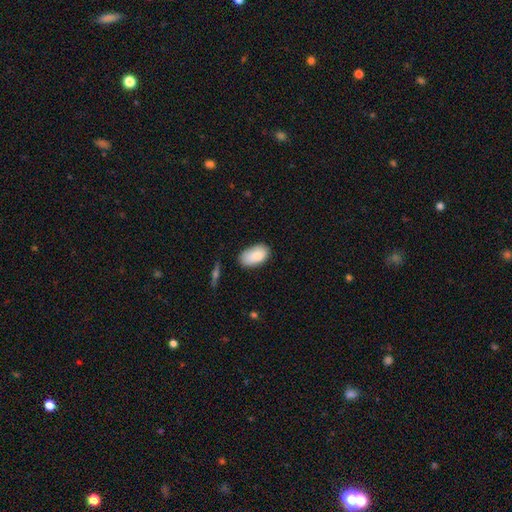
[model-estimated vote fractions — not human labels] Overall: smooth (86%). How rounded: in between (94%). Merging: none (71%).